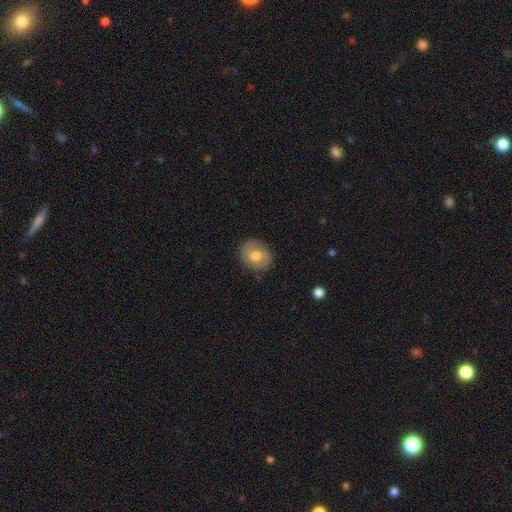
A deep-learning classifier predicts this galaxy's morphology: type=smooth (66%); roundness=round (67%); merging=none (85%).